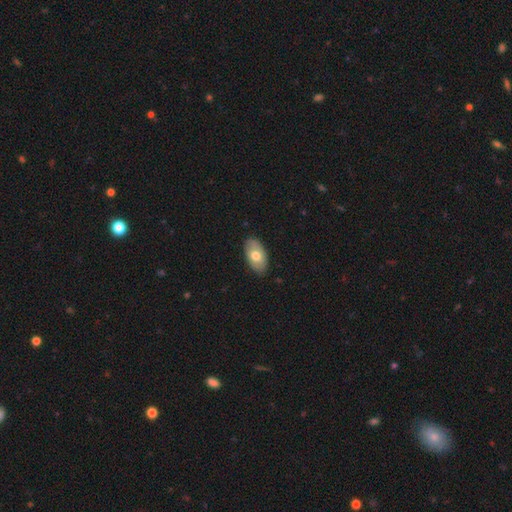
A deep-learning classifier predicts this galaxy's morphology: Overall: smooth (69%). How rounded: in between (94%). Merging: none (86%).